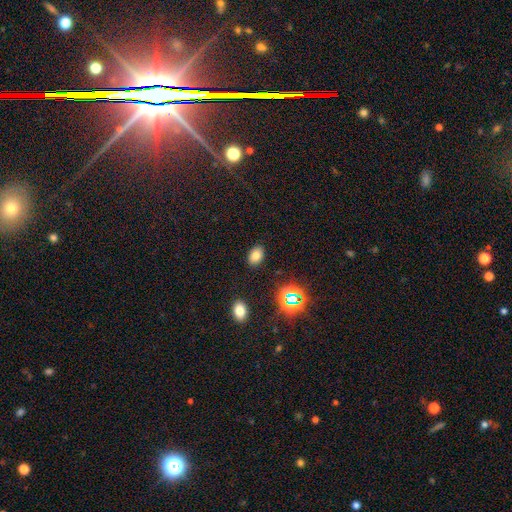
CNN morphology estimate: Q: Smooth or featured?
A: smooth (75%); runner-up: star or artifact (17%)
Q: How rounded?
A: in between (82%); runner-up: round (17%)
Q: Merging?
A: none (87%); runner-up: minor disturbance (9%)